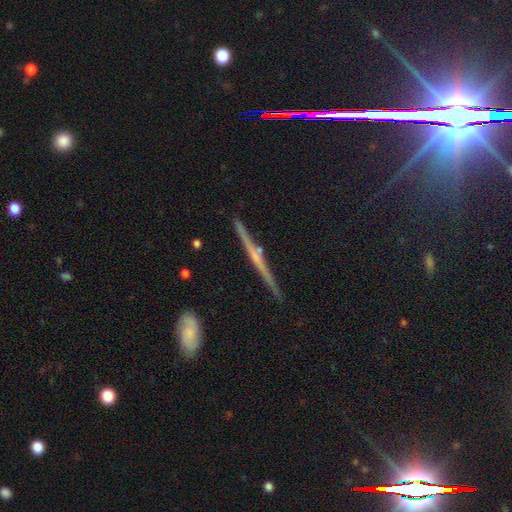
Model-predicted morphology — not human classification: A featured or disk galaxy (70%) viewed edge-on (97%) with a rounded central bulge (45%). Merging: none (86%).